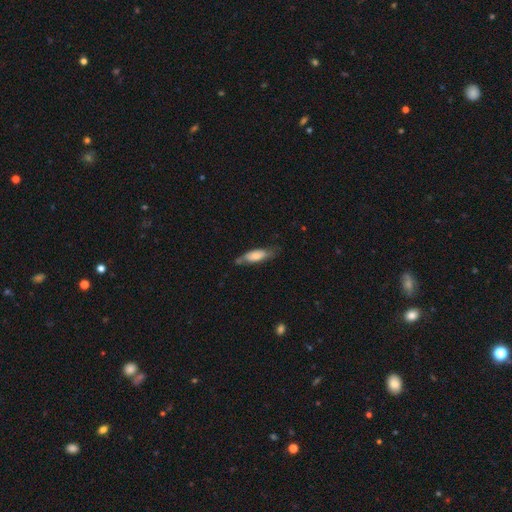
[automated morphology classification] Overall: smooth (60%; featured or disk 33%). How rounded: in between (59%; cigar-shaped 39%). Merging: none (57%; minor disturbance 30%).